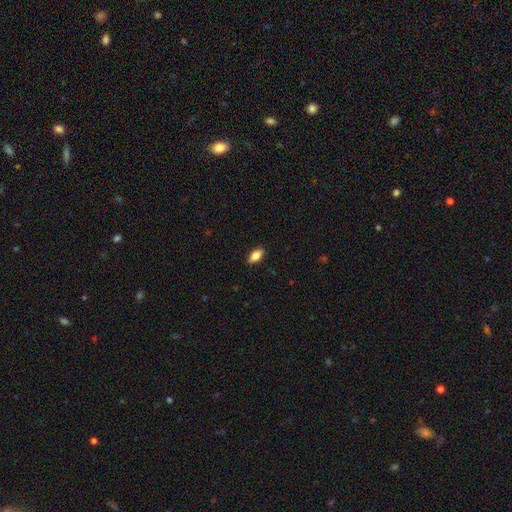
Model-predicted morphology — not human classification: Smooth or featured? smooth (81%)
How rounded? in between (87%)
Merging? none (89%)